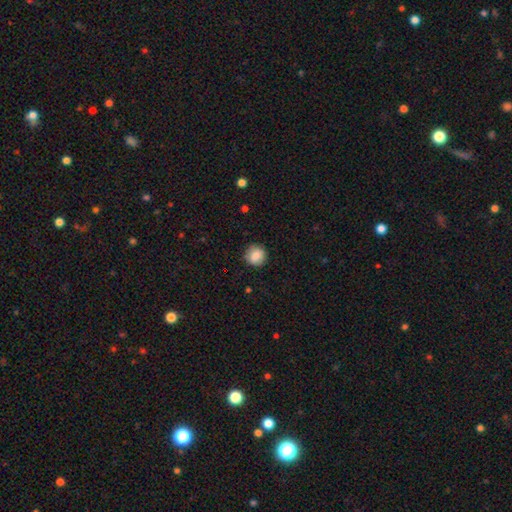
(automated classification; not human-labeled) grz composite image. It shows a smooth galaxy with no disk features (86%) that is round (91%). Merging: none (86%).